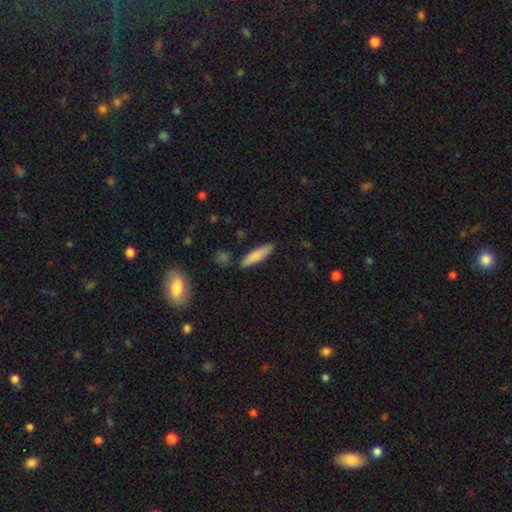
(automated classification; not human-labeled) Overall: smooth (82%). How rounded: cigar-shaped (68%; in between 30%). Merging: none (84%).